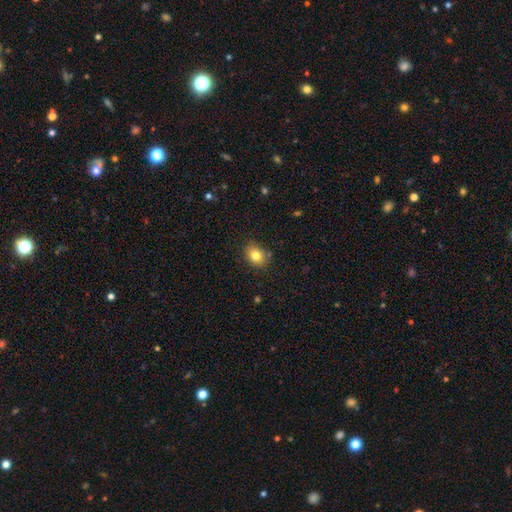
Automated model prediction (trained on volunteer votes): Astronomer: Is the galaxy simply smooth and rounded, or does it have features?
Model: smooth — 81%.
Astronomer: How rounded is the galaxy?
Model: in between — 54% (runner-up: round, 45%).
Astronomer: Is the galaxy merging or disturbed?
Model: none — 82%.